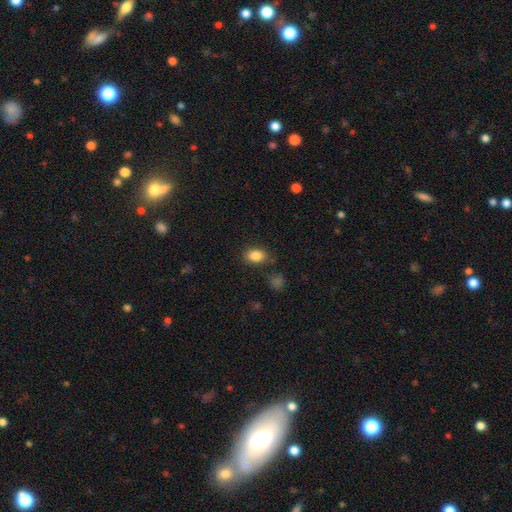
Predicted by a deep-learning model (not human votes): smooth 85%, star or artifact 9%, featured or disk 5%. Down the decision tree: how rounded — in between (80%); merging — none (79%).